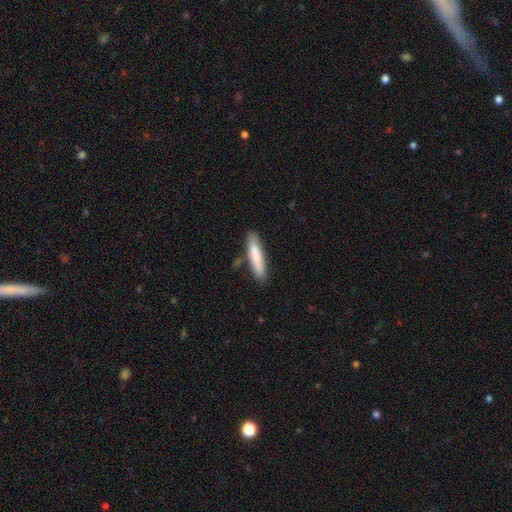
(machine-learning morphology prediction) Smooth or featured? Predicted: smooth (p=0.79). How rounded? Predicted: cigar-shaped (p=0.86). Merging? Predicted: none (p=0.81).